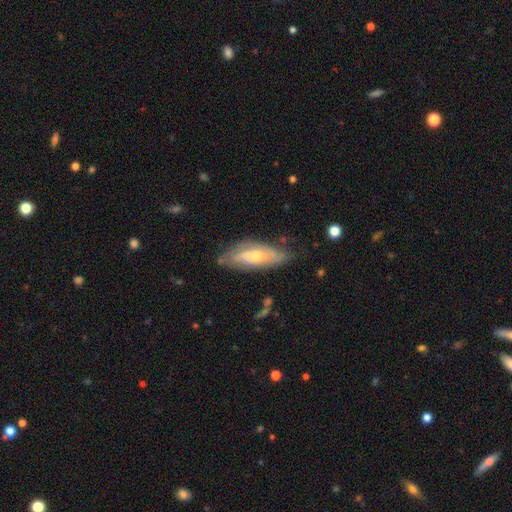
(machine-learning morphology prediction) Overall: featured or disk (63%; smooth 31%). Edge-on disk: no (79%). Merging: none (69%).